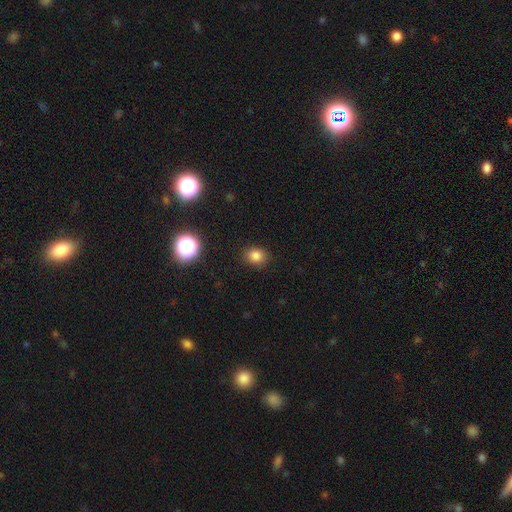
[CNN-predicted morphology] type=smooth (81%); roundness=round (60%); merging=none (88%).